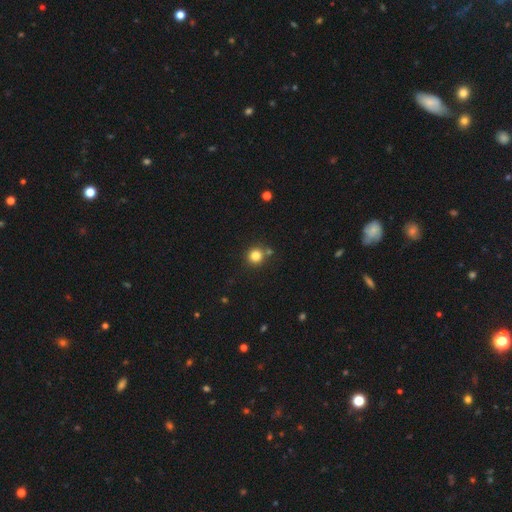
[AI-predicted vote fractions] Smooth or featured?
  - smooth: 81% *
  - star or artifact: 13%
  - featured or disk: 6%
How rounded?
  - round: 92% *
  - in between: 7%
  - cigar-shaped: 1%
Merging?
  - none: 77% *
  - merger: 12%
  - minor disturbance: 9%
  - major disturbance: 3%